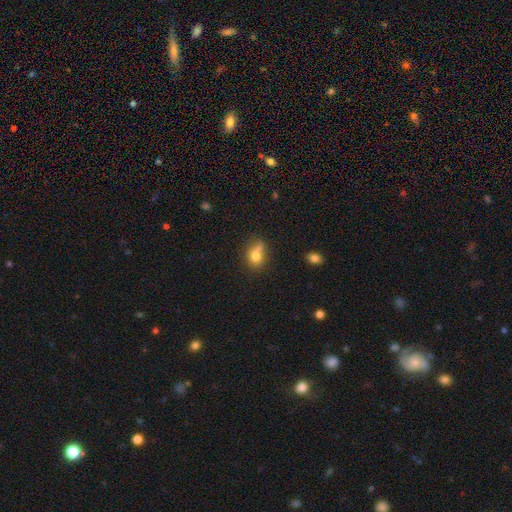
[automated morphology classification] Smooth or featured? smooth (75%)
How rounded? round (61%)
Merging? none (40%)